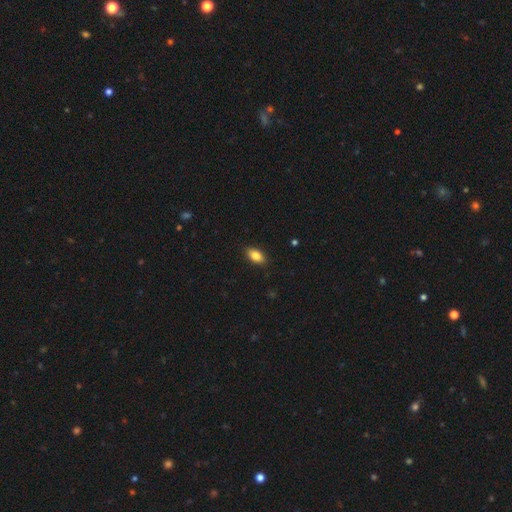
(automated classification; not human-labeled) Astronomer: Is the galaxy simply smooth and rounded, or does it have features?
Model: smooth — 85%.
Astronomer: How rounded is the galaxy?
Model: in between — 90%.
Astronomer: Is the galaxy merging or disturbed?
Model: none — 88%.